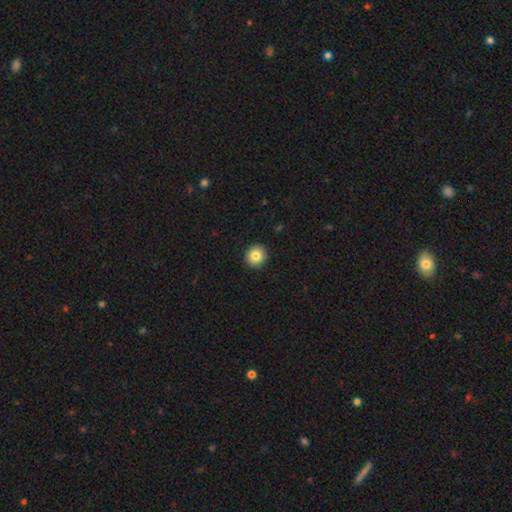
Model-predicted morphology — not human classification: This appears to be a smooth galaxy with no disk features (83%) that is round (92%). Merging: none (92%).